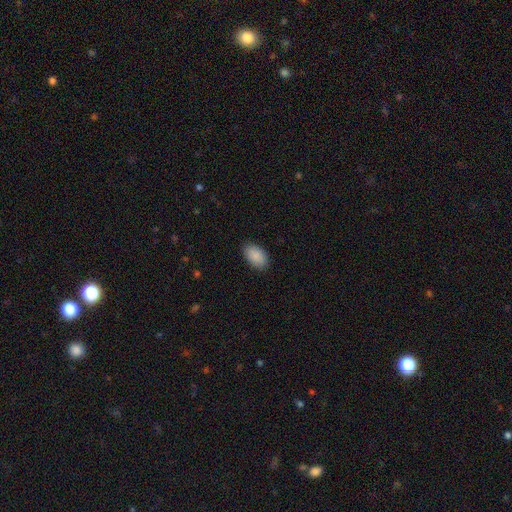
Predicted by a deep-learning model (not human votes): Smooth or featured?
  - smooth: 90% *
  - star or artifact: 7%
  - featured or disk: 4%
How rounded?
  - in between: 94% *
  - round: 5%
  - cigar-shaped: 1%
Merging?
  - none: 88% *
  - minor disturbance: 9%
  - major disturbance: 2%
  - merger: 1%